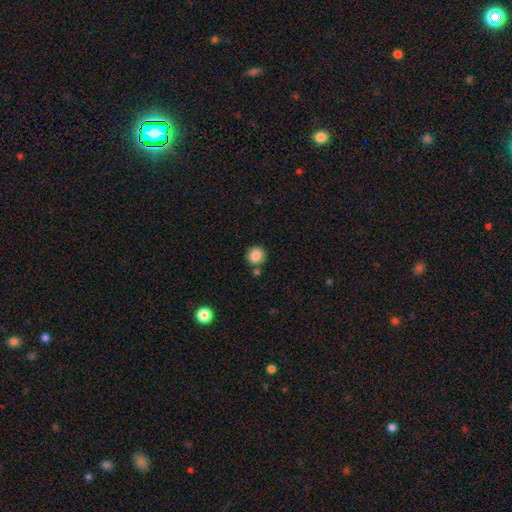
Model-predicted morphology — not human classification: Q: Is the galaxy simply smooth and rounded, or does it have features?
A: smooth — 86%.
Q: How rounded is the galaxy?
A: round — 92%.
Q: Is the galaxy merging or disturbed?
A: none — 79%.